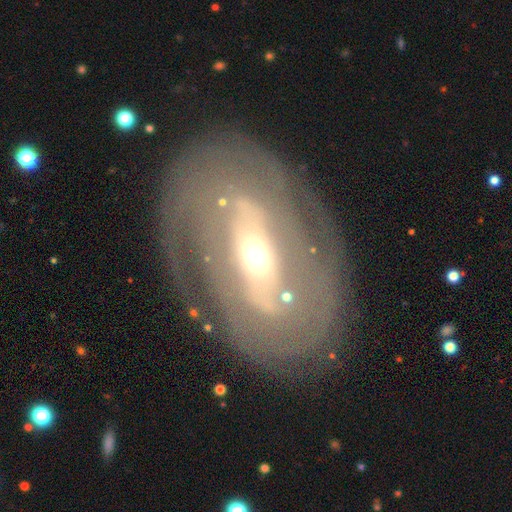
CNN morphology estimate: smooth-or-featured: featured or disk: 81% | smooth: 13% | star or artifact: 7%
  disk-edge-on: no: 91% | yes: 9%
    bar: strong: 37% | weak: 34% | no: 29%
    has-spiral-arms: yes: 72% | no: 28%
      spiral-winding: tight: 49% | medium: 35% | loose: 17%
      spiral-arm-count: 2: 55% | can't tell: 27% | 3: 6% | 1: 5% | 4: 3% | more than 4: 3%
    bulge-size: moderate: 57% | small: 32% | large: 8% | dominant: 2% | none: 1%
  merging: none: 66% | minor disturbance: 16% | major disturbance: 15% | merger: 3%